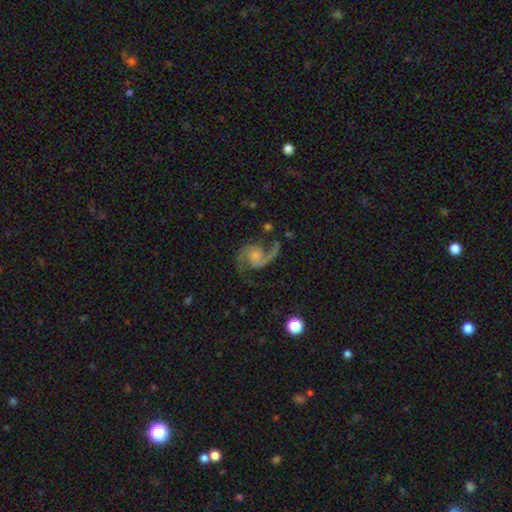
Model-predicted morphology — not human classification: Smooth or featured? featured or disk (92%)
Edge-on disk? no (98%)
Bar? no (68%)
Spiral arms? yes (98%)
Spiral winding? medium (58%)
Spiral arm count? 2 (93%)
Bulge size? small (51%)
Merging? none (76%)